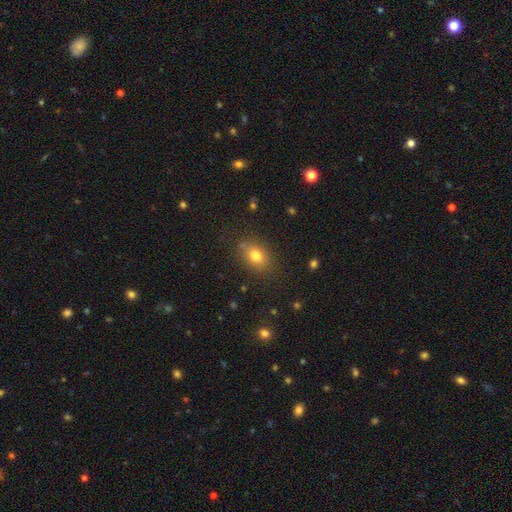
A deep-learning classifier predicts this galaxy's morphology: Smooth or featured: smooth — 77% (star or artifact — 13%)
How rounded: in between — 68% (round — 31%)
Merging: none — 79% (minor disturbance — 13%)